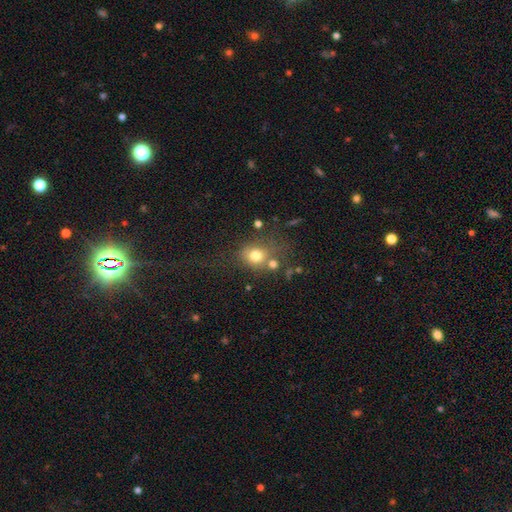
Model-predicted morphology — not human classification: Q: Smooth or featured?
A: smooth (75%); runner-up: star or artifact (14%)
Q: How rounded?
A: round (70%); runner-up: in between (29%)
Q: Merging?
A: none (54%); runner-up: merger (21%)